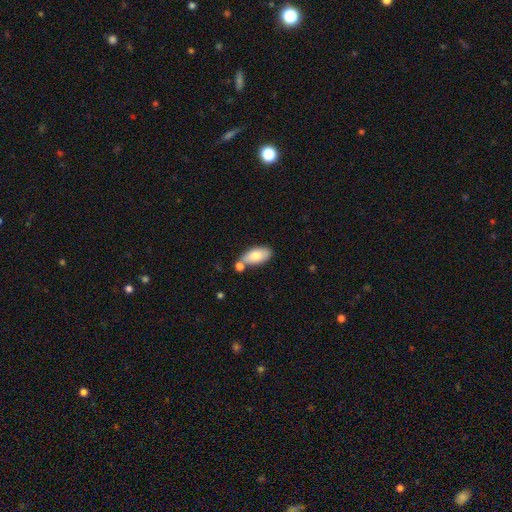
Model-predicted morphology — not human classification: Q: Smooth or featured?
A: smooth (76%); runner-up: featured or disk (18%)
Q: How rounded?
A: in between (93%); runner-up: cigar-shaped (5%)
Q: Merging?
A: none (65%); runner-up: merger (18%)